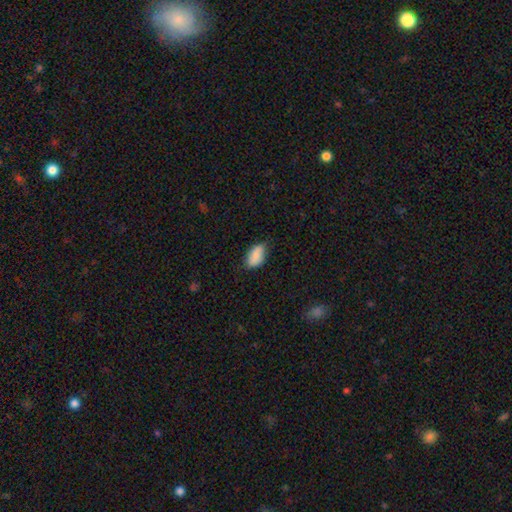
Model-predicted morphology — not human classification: smooth 85%, featured or disk 8%, star or artifact 7%. Down the decision tree: how rounded — in between (92%); merging — none (67%).